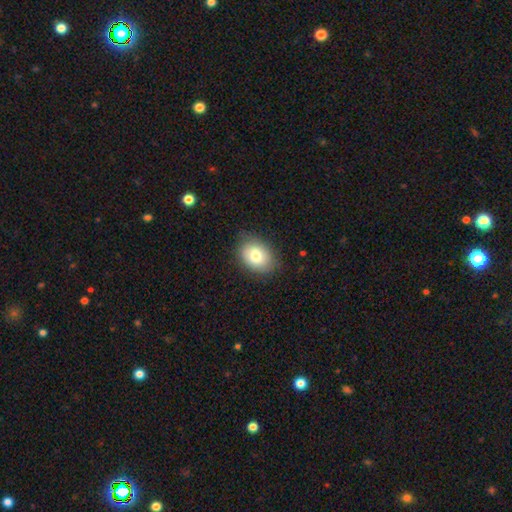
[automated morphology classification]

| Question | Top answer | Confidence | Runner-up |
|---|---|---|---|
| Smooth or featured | smooth | 78% | featured or disk (14%) |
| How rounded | in between | 74% | round (25%) |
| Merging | none | 80% | minor disturbance (16%) |